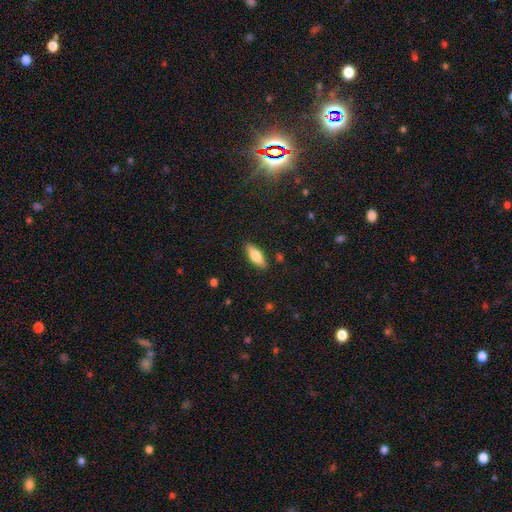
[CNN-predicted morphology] type=smooth (68%); roundness=in between (64%); merging=none (87%).